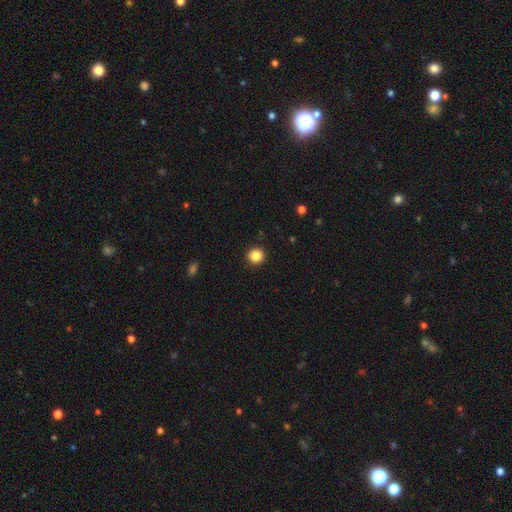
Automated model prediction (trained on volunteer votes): Q: Smooth or featured?
A: smooth (86%); runner-up: star or artifact (10%)
Q: How rounded?
A: round (93%); runner-up: in between (6%)
Q: Merging?
A: none (93%); runner-up: minor disturbance (5%)